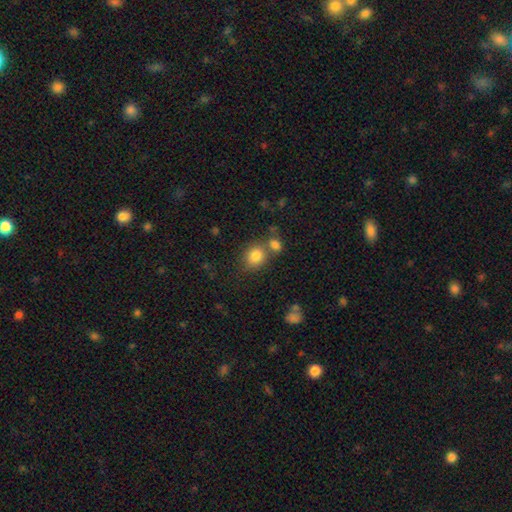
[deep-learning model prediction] smooth_or_featured: smooth (p=0.83) [alt: star or artifact p=0.10]
how_rounded: round (p=0.64) [alt: in between p=0.35]
merging: none (p=0.57) [alt: merger p=0.28]